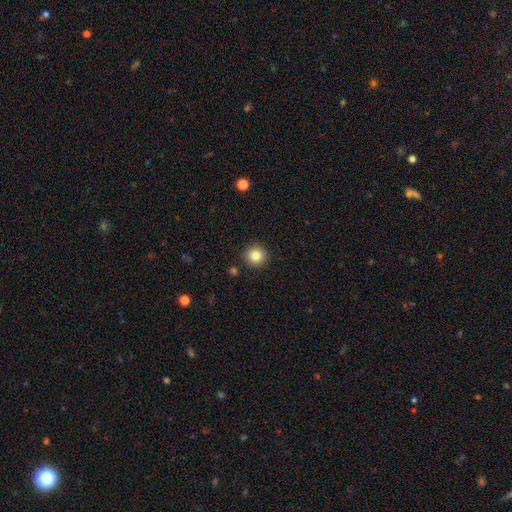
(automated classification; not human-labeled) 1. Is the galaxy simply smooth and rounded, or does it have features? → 84% smooth, 11% star or artifact, 6% featured or disk.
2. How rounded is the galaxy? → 95% round, 4% in between, 1% cigar-shaped.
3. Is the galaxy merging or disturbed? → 92% none, 5% minor disturbance, 2% major disturbance, 2% merger.